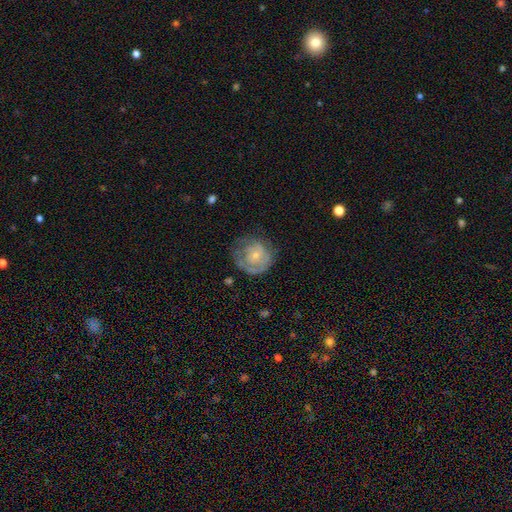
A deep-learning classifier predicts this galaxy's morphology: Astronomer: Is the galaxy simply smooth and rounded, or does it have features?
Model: featured or disk — 60%.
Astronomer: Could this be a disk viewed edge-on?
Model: no — 98%.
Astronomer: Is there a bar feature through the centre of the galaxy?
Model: no — 77%.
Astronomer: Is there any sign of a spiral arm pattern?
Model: yes — 69%.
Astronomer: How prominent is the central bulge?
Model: small — 60%.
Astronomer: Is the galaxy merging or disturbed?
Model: none — 58%.